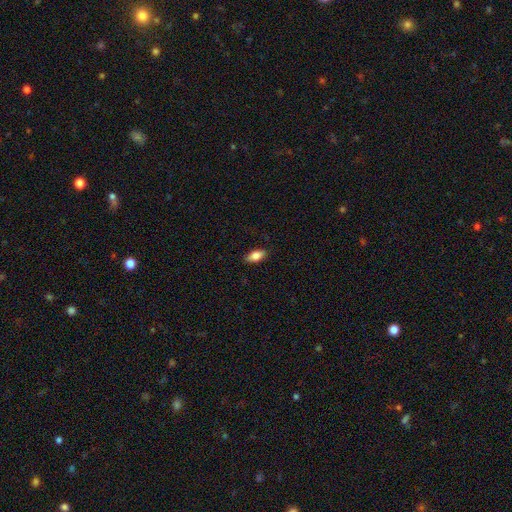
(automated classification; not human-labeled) Smooth or featured? smooth (82%)
How rounded? in between (87%)
Merging? none (87%)